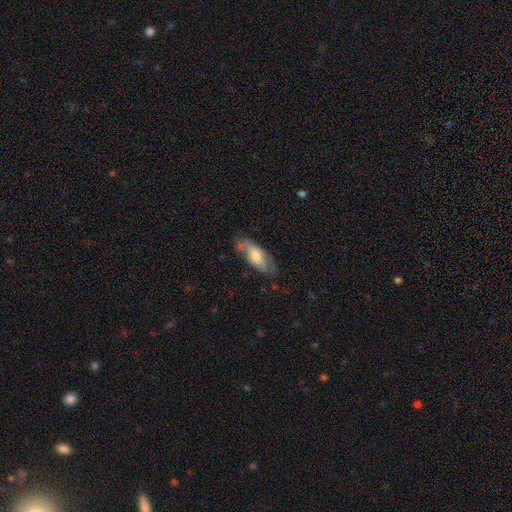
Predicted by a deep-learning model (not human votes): A smooth galaxy with no disk features (52%) that is in between round and cigar-shaped (77%).

Vote fractions:
- Smooth or featured? smooth: 52% / featured or disk: 41% / star or artifact: 7%
- How rounded? in between: 77% / cigar-shaped: 20% / round: 3%
- Merging? none: 56% / minor disturbance: 29% / major disturbance: 13% / merger: 3%